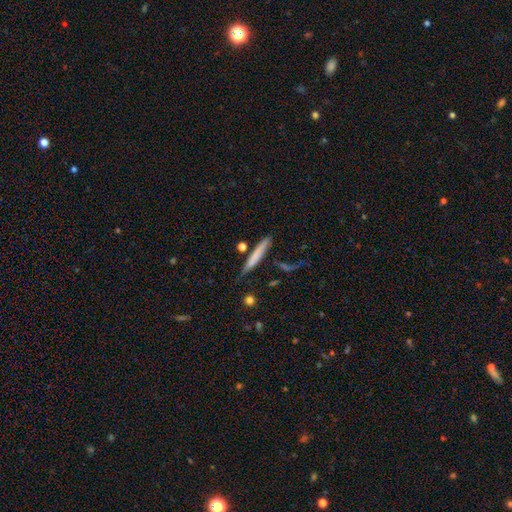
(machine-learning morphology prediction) A smooth galaxy with no disk features (62%) that is cigar-shaped (94%). Merging: none (72%).